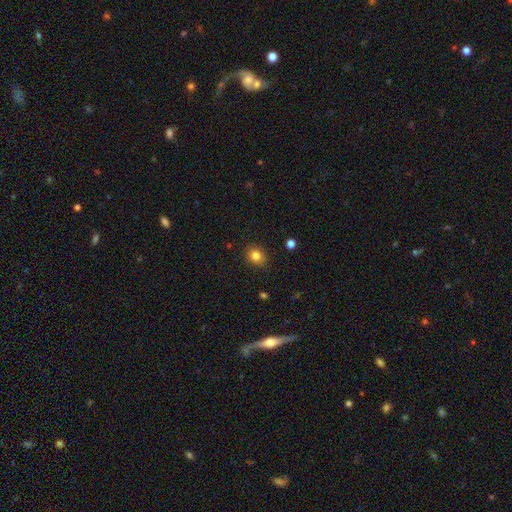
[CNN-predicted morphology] Smooth or featured?
  - smooth: 82% *
  - star or artifact: 12%
  - featured or disk: 6%
How rounded?
  - round: 68% *
  - in between: 31%
  - cigar-shaped: 1%
Merging?
  - none: 88% *
  - minor disturbance: 9%
  - major disturbance: 2%
  - merger: 1%